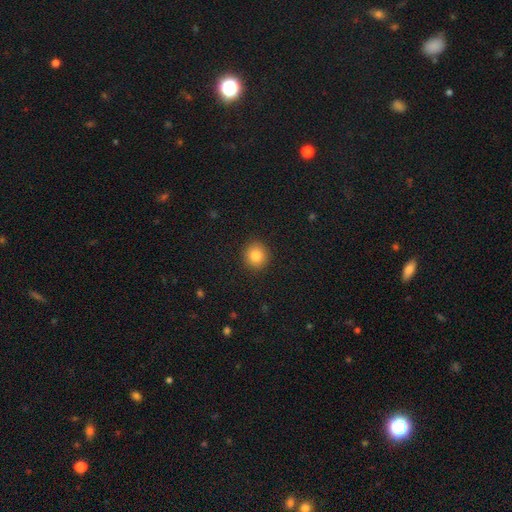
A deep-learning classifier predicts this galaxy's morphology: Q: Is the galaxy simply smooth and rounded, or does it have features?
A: smooth — 84%.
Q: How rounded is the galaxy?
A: round — 90%.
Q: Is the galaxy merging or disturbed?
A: none — 91%.